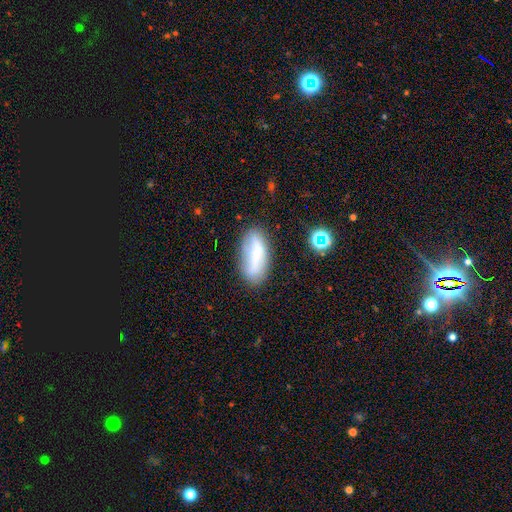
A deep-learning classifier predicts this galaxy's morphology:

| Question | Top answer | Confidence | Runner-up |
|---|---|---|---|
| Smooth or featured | smooth | 69% | featured or disk (21%) |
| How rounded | in between | 78% | cigar-shaped (19%) |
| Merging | none | 66% | minor disturbance (22%) |